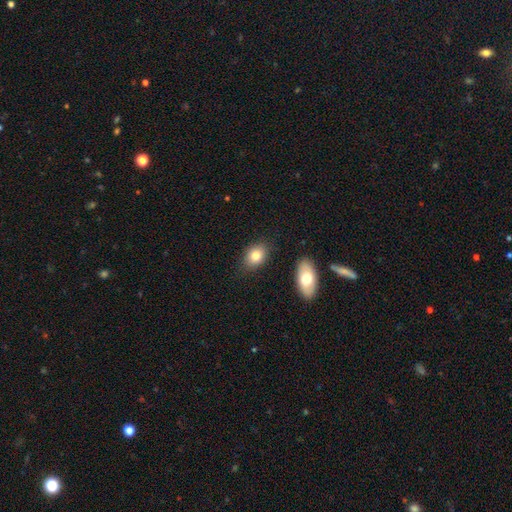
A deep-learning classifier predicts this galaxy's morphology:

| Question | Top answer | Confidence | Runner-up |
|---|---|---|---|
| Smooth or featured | smooth | 80% | featured or disk (12%) |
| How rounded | in between | 79% | round (19%) |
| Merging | none | 81% | minor disturbance (11%) |